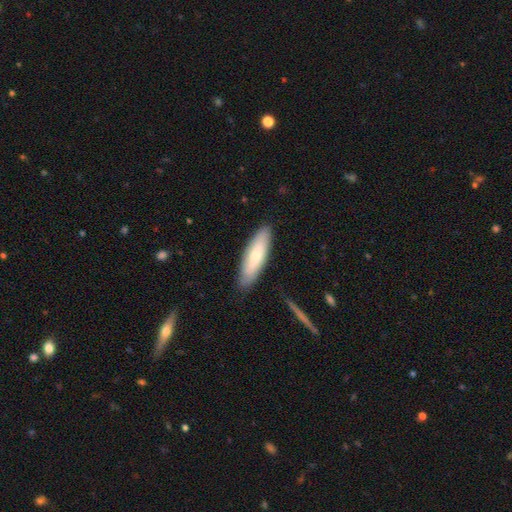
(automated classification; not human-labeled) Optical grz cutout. It shows a smooth galaxy with no disk features (71%) that is cigar-shaped (55%). Merging: none (85%).